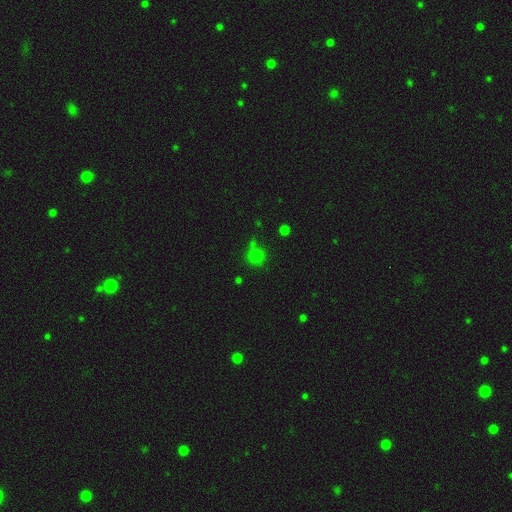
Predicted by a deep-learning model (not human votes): Smooth or featured? Predicted: smooth (p=0.74). How rounded? Predicted: round (p=0.89). Merging? Predicted: none (p=0.67).